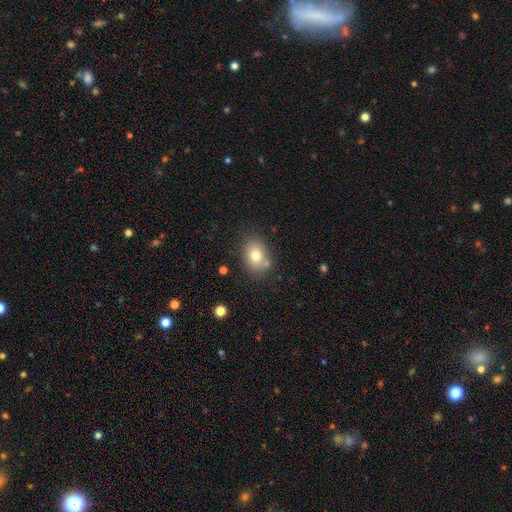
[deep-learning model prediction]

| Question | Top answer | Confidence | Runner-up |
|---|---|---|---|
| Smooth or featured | smooth | 76% | featured or disk (14%) |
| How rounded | in between | 68% | round (31%) |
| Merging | none | 72% | minor disturbance (15%) |